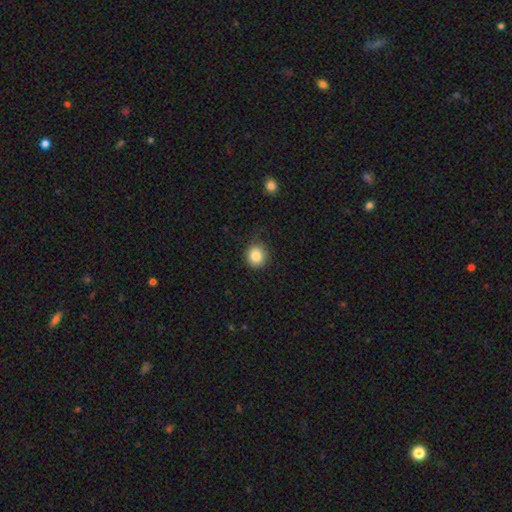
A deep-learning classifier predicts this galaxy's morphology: smooth-or-featured: smooth: 85% | star or artifact: 10% | featured or disk: 5%
  how-rounded: round: 88% | in between: 11% | cigar-shaped: 1%
  merging: none: 81% | minor disturbance: 15% | major disturbance: 4% | merger: 1%